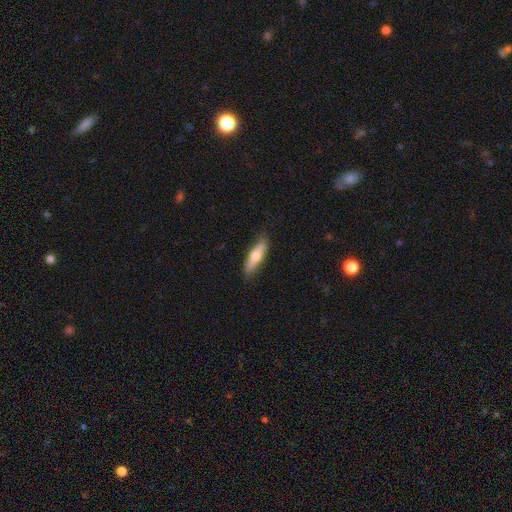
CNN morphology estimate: Q: Smooth or featured?
A: smooth (55%); runner-up: featured or disk (39%)
Q: How rounded?
A: cigar-shaped (67%); runner-up: in between (31%)
Q: Merging?
A: none (82%); runner-up: minor disturbance (14%)